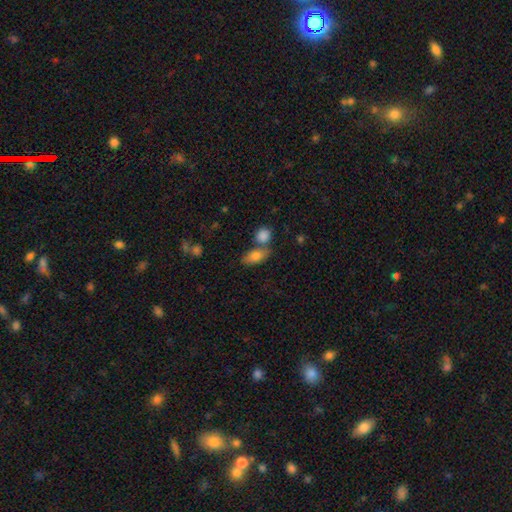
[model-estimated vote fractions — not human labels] This appears to be a smooth galaxy with no disk features (78%) that is in between round and cigar-shaped (81%). Merging: none (55%).